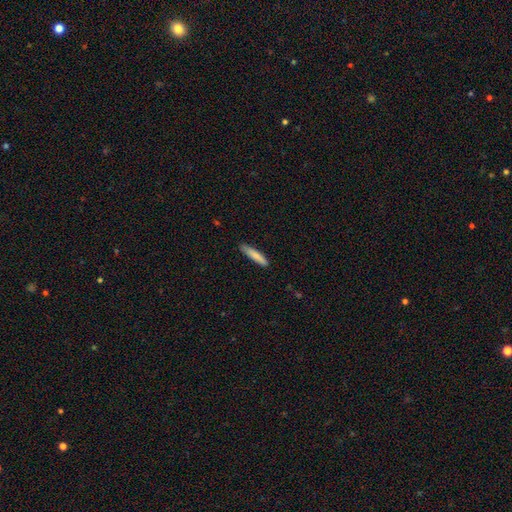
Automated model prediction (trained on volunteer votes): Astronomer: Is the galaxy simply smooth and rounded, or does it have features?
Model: smooth — 81%.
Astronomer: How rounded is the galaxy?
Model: cigar-shaped — 89%.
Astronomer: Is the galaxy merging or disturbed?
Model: none — 86%.